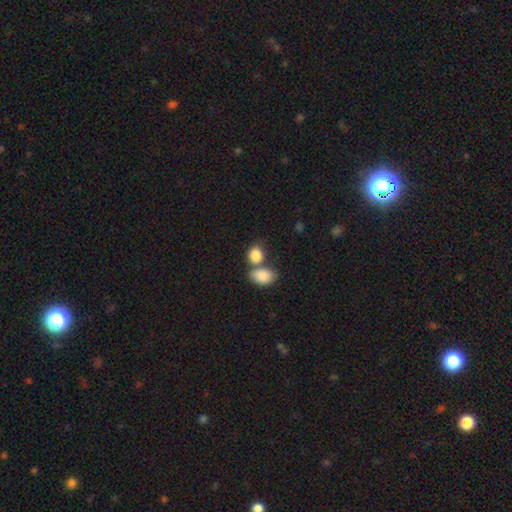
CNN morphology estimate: This is clearly a smooth galaxy (86%). How rounded: possibly in between (57%). Merging: possibly merger (47%).